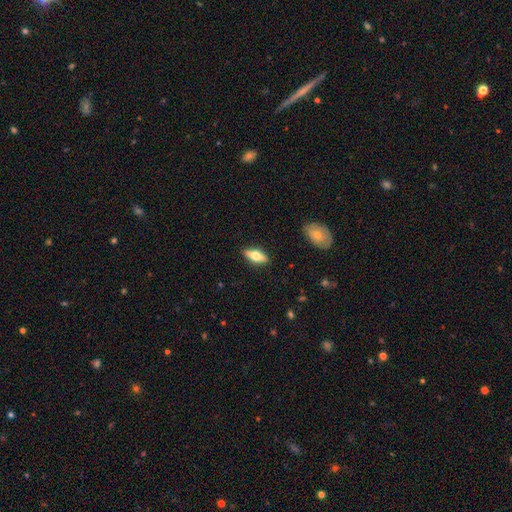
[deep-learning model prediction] Smooth or featured? smooth (50%)
How rounded? in between (68%)
Merging? none (88%)